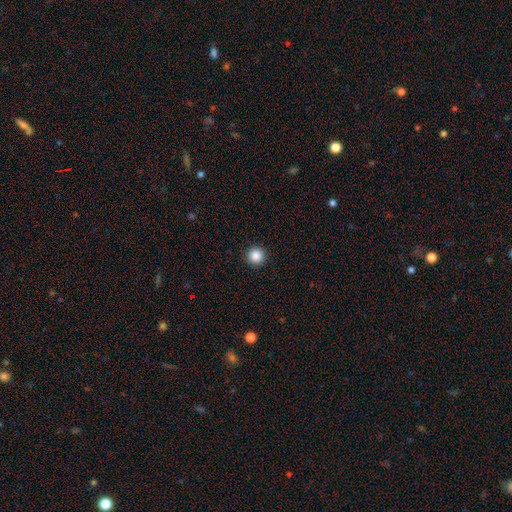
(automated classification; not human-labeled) smooth 87%, star or artifact 10%, featured or disk 3%. Down the decision tree: how rounded — round (96%); merging — none (93%).